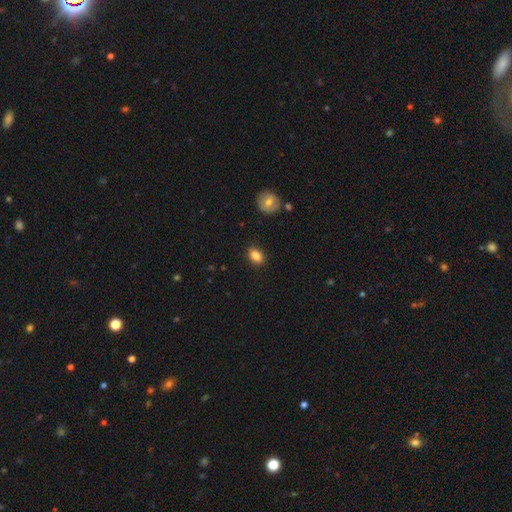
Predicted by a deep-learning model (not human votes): A smooth galaxy with no disk features (86%) that is in between round and cigar-shaped (84%). Merging: none (87%).